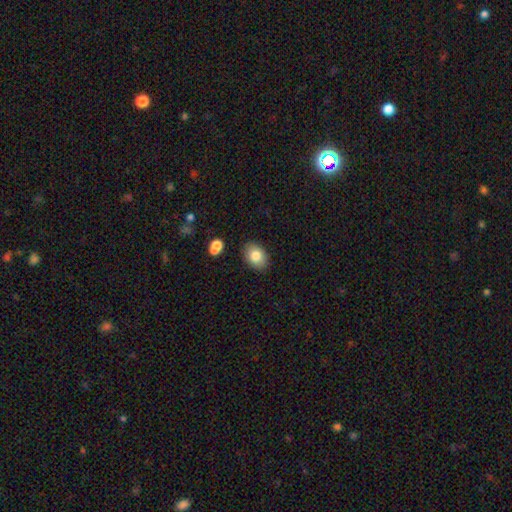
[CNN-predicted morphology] A smooth galaxy with no disk features (82%) that is in between round and cigar-shaped (75%). Merging: none (86%).